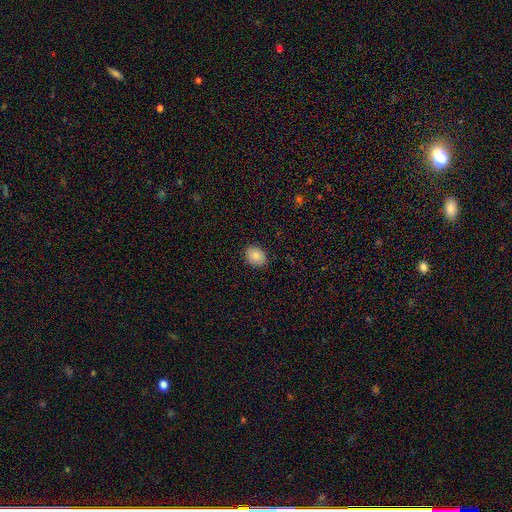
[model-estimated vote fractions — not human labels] Morphology: type=smooth (86%); roundness=in between (57%); merging=none (88%).